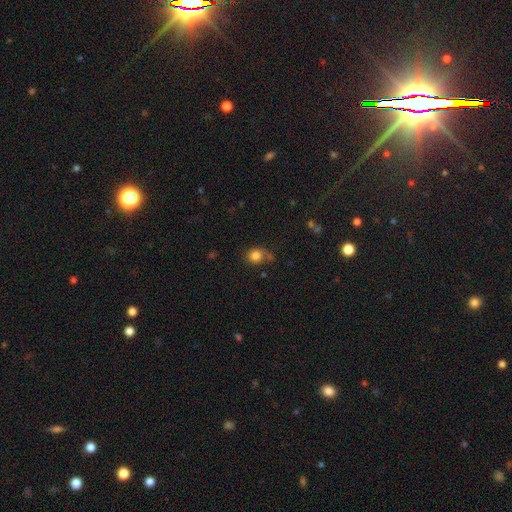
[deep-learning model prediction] Morphology: type=smooth (82%); roundness=round (79%); merging=none (67%).